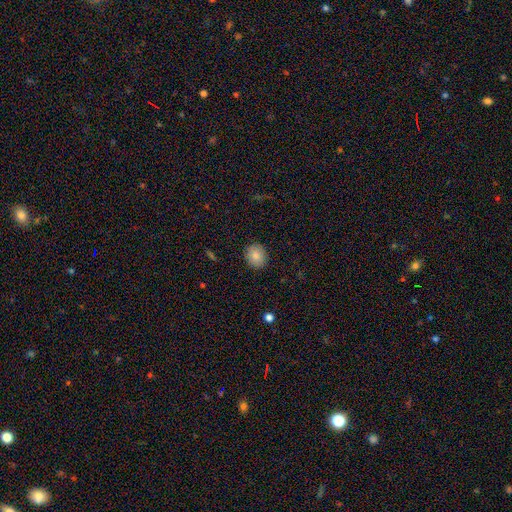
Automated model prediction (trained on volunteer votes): smooth-or-featured: smooth: 85% | star or artifact: 8% | featured or disk: 7%
  how-rounded: round: 74% | in between: 25% | cigar-shaped: 1%
  merging: none: 90% | minor disturbance: 7% | major disturbance: 2% | merger: 1%